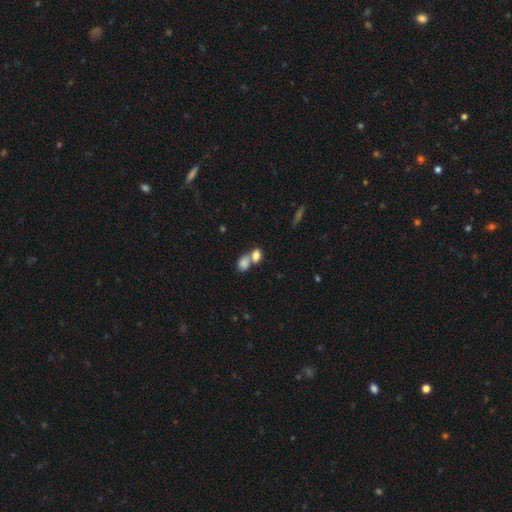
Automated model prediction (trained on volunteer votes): This is clearly a smooth galaxy (80%). How rounded: likely in between (68%). Merging: likely merger (65%).